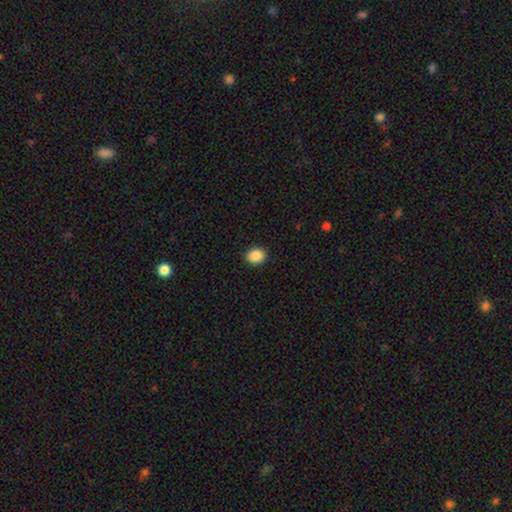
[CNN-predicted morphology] A smooth galaxy with no disk features (88%) that is round (67%). Merging: none (91%).